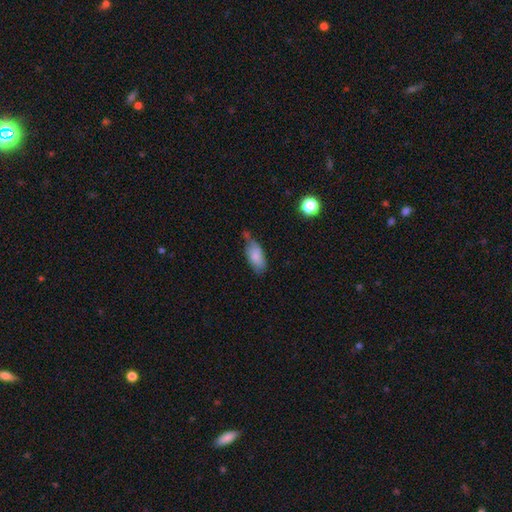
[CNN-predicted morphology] Smooth or featured? smooth (78%)
How rounded? in between (88%)
Merging? none (40%)